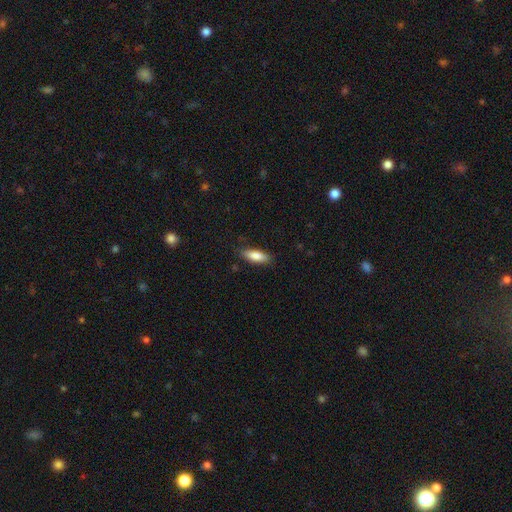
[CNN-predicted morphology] Smooth or featured? smooth (81%)
How rounded? in between (62%)
Merging? none (83%)